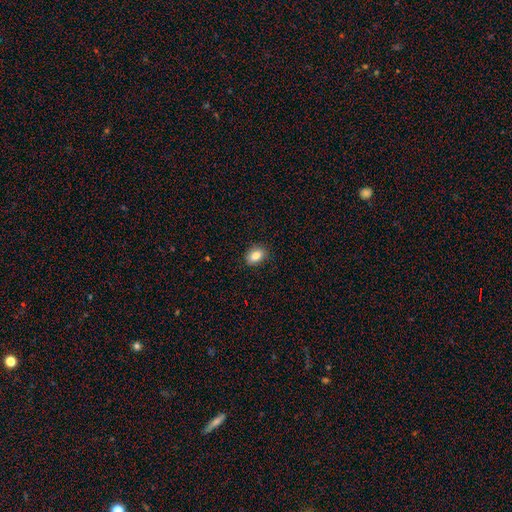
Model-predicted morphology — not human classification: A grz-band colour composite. It shows a smooth galaxy with no disk features (84%) that is in between round and cigar-shaped (77%). Merging: none (87%).